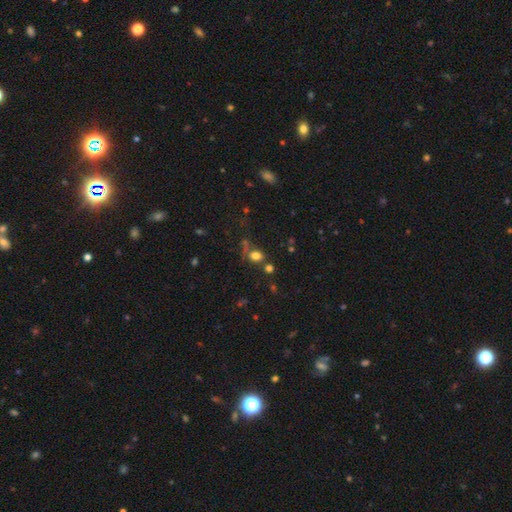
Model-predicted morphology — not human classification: The model was most divided on "how rounded": round: 58%, in between: 40%, cigar-shaped: 2%. More confident: smooth or featured — smooth (73%); merging — none (60%).